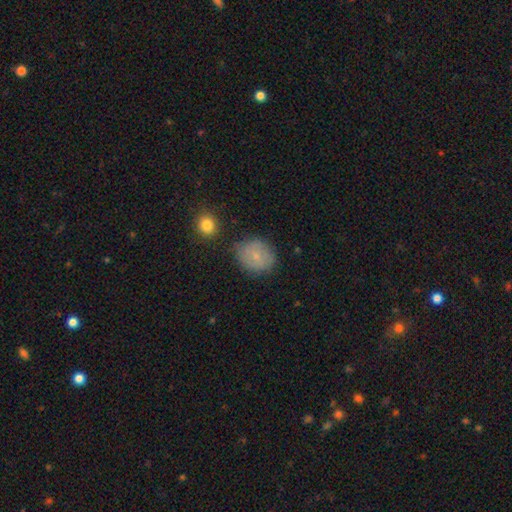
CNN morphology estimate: This appears to be a smooth galaxy with no disk features (73%) that is round (69%). Merging: none (76%).